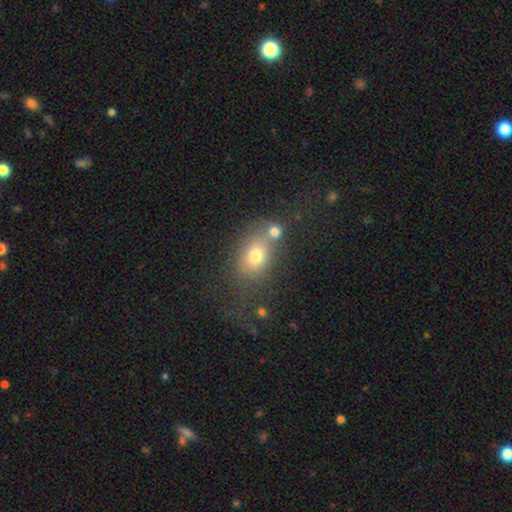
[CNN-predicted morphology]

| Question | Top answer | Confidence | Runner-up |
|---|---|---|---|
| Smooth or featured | smooth | 72% | featured or disk (15%) |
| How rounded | in between | 63% | round (35%) |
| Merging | none | 44% | merger (32%) |